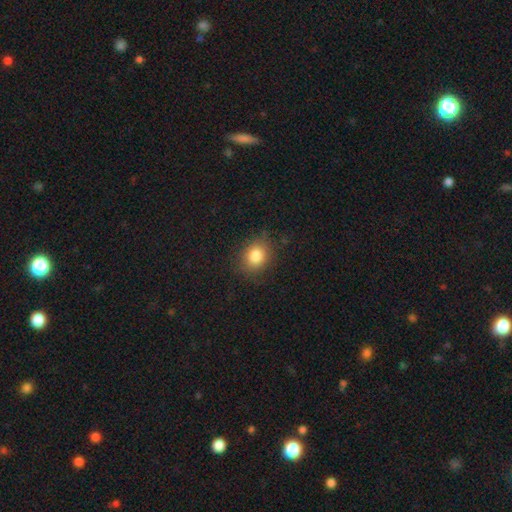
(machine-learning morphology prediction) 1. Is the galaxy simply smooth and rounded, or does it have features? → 83% smooth, 10% star or artifact, 7% featured or disk.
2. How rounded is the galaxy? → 55% round, 44% in between, 1% cigar-shaped.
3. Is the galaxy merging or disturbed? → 82% none, 13% minor disturbance, 4% major disturbance, 1% merger.